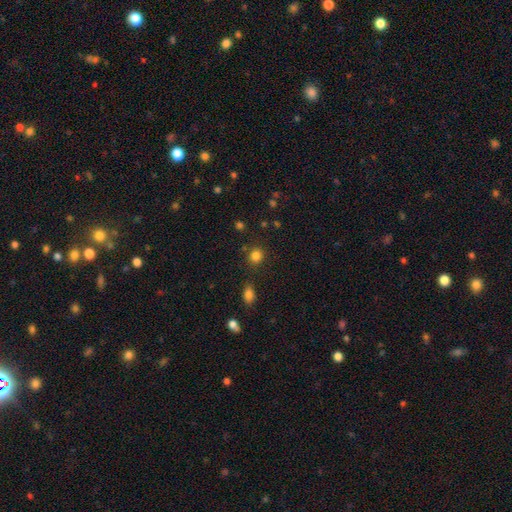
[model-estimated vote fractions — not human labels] A smooth galaxy with no disk features (82%) that is round (84%).

Vote fractions:
- Smooth or featured? smooth: 82% / star or artifact: 13% / featured or disk: 5%
- How rounded? round: 84% / in between: 15% / cigar-shaped: 1%
- Merging? none: 83% / minor disturbance: 9% / merger: 5% / major disturbance: 3%